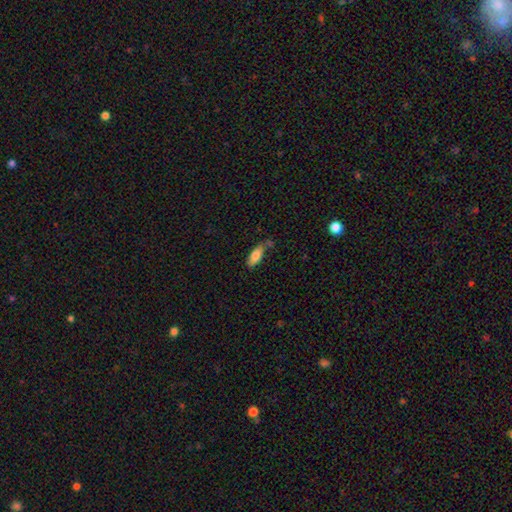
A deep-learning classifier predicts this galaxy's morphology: This appears to be a smooth galaxy with no disk features (80%) that is in between round and cigar-shaped (75%). Merging: none (58%).